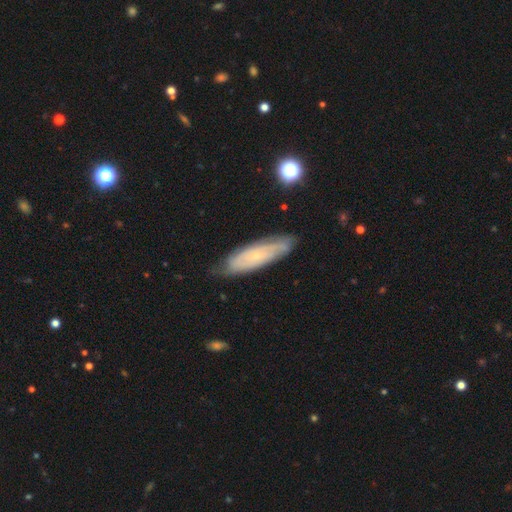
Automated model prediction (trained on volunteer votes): This is possibly a featured or disk galaxy (58%). It is likely not viewed edge-on (71%). Merging: likely none (76%).